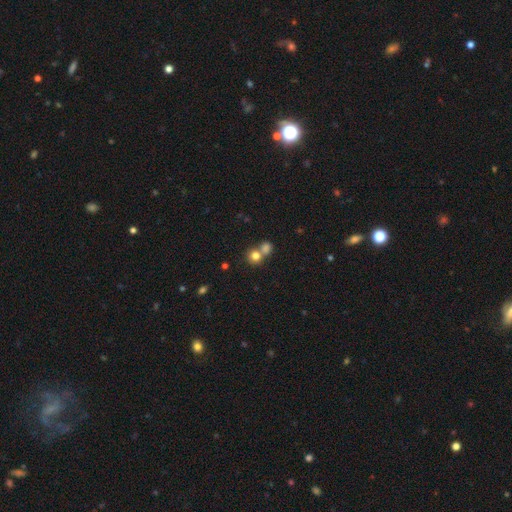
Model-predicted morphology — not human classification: The model was most divided on "merging": none: 46%, merger: 45%, minor disturbance: 6%, major disturbance: 3%. More confident: how rounded — round (85%); smooth or featured — smooth (79%).